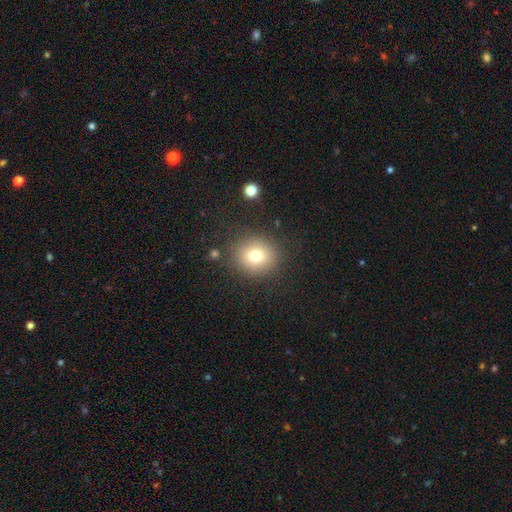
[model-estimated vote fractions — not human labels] Overall: smooth (76%). How rounded: round (83%). Merging: none (86%).